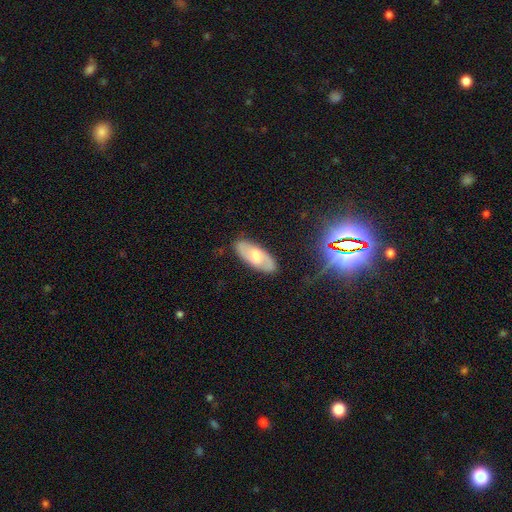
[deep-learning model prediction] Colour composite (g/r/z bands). It shows a featured or disk galaxy (50%). Merging: none (84%).